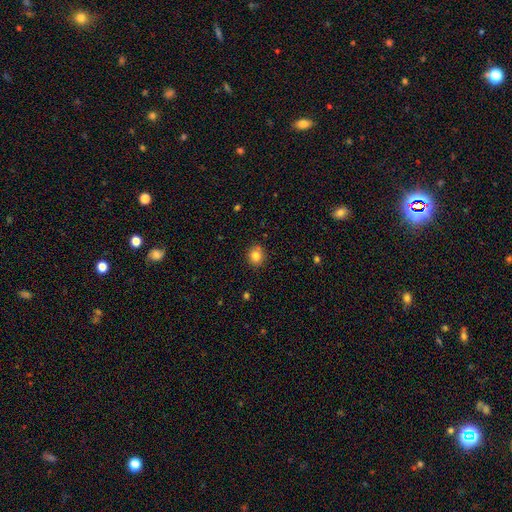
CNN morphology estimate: This appears to be a smooth galaxy with no disk features (82%) that is round (82%). Merging: none (85%).